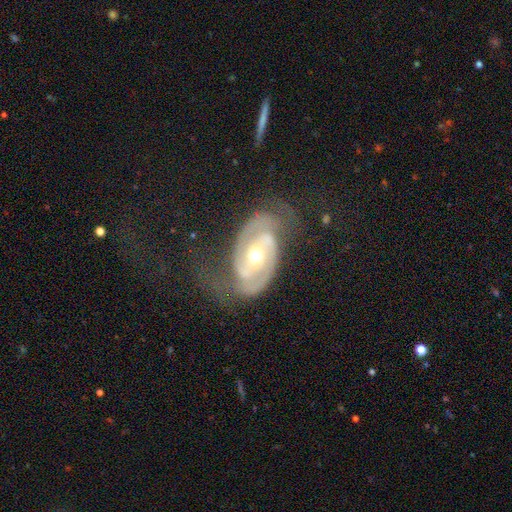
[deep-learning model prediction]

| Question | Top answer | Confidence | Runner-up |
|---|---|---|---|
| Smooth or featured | featured or disk | 88% | smooth (6%) |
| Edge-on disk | no | 96% | yes (4%) |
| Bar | no | 48% | weak (33%) |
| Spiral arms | yes | 96% | no (4%) |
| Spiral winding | tight | 44% | medium (43%) |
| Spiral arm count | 2 | 90% | can't tell (4%) |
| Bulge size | moderate | 73% | small (21%) |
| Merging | none | 65% | minor disturbance (19%) |